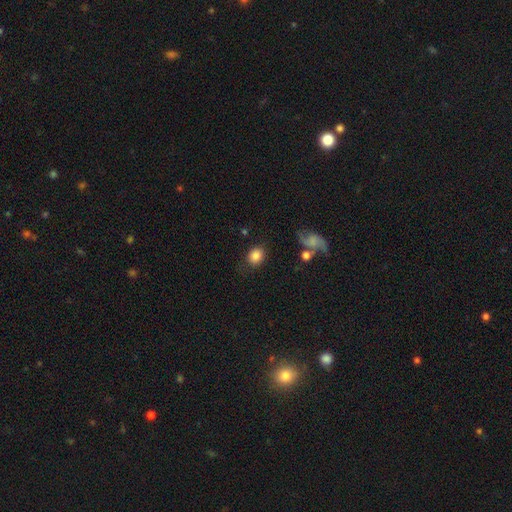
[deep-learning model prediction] Smooth or featured? smooth (83%)
How rounded? round (57%)
Merging? none (76%)